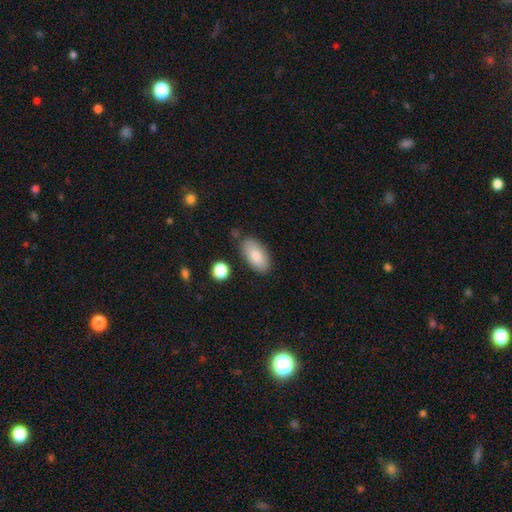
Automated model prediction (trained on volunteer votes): smooth 85%, featured or disk 9%, star or artifact 6%. Down the decision tree: how rounded — in between (93%); merging — none (80%).